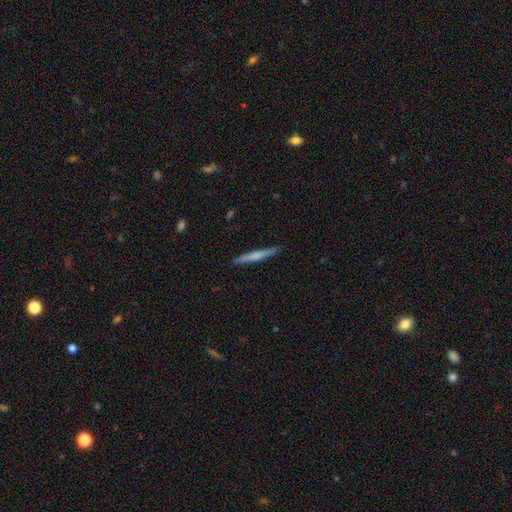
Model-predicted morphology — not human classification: smooth 56%, featured or disk 39%, star or artifact 5%. Down the decision tree: how rounded — cigar-shaped (96%); merging — none (90%).